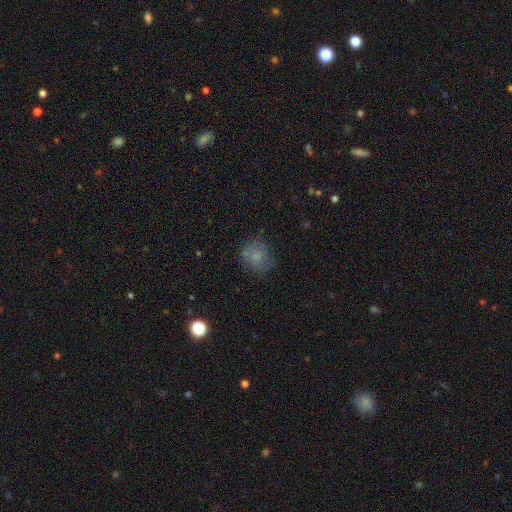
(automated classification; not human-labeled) Smooth or featured? smooth (69%)
How rounded? round (76%)
Merging? none (68%)